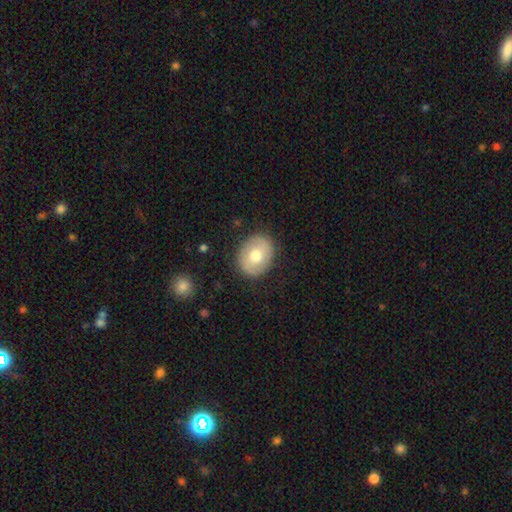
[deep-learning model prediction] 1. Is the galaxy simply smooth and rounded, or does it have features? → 63% smooth, 31% featured or disk, 7% star or artifact.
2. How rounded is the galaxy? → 52% round, 47% in between, 1% cigar-shaped.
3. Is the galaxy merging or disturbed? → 86% none, 10% minor disturbance, 3% major disturbance, 1% merger.